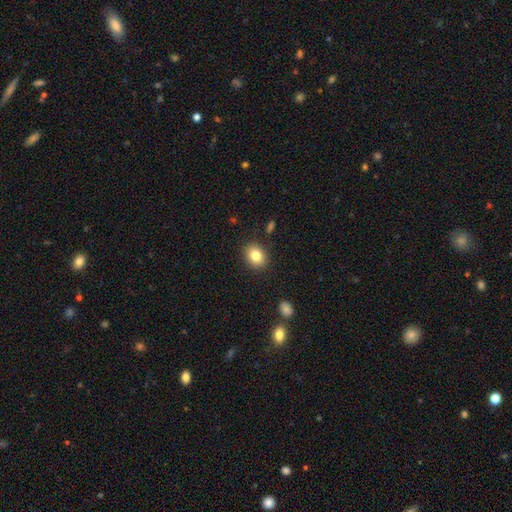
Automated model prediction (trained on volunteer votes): Morphology: type=smooth (82%); roundness=in between (51%); merging=none (87%).